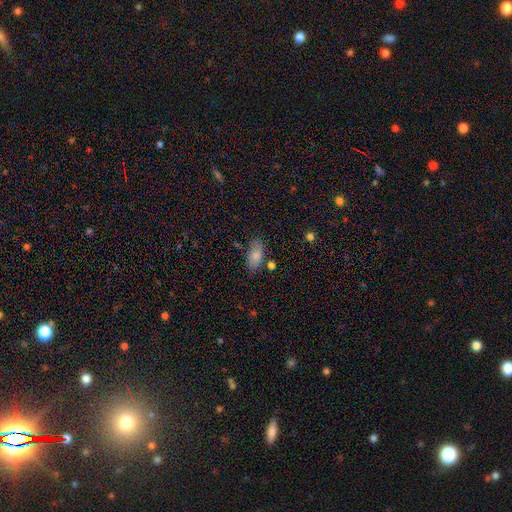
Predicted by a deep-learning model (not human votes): Smooth or featured? Predicted: smooth (p=0.80). How rounded? Predicted: in between (p=0.91). Merging? Predicted: none (p=0.73).